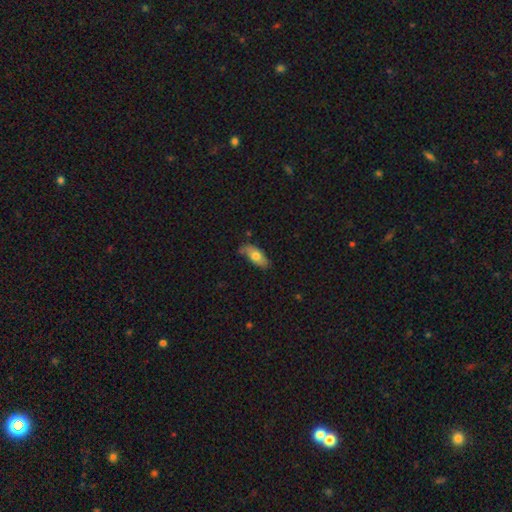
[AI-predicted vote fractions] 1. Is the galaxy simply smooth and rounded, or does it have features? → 68% smooth, 25% featured or disk, 7% star or artifact.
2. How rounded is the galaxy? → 83% in between, 14% cigar-shaped, 3% round.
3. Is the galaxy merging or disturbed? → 64% none, 27% minor disturbance, 5% major disturbance, 3% merger.